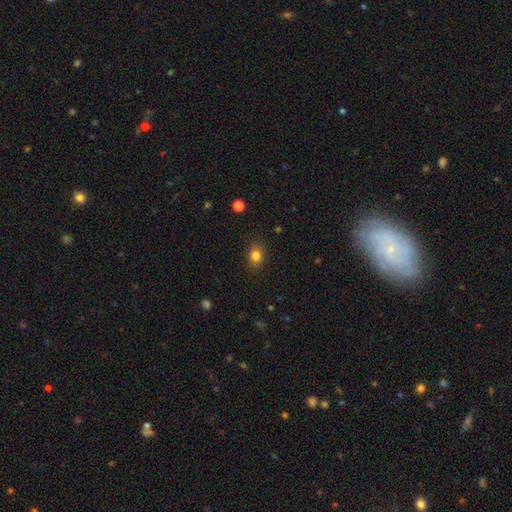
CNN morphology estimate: Q: Smooth or featured?
A: smooth (82%); runner-up: star or artifact (12%)
Q: How rounded?
A: in between (57%); runner-up: round (42%)
Q: Merging?
A: none (87%); runner-up: minor disturbance (9%)